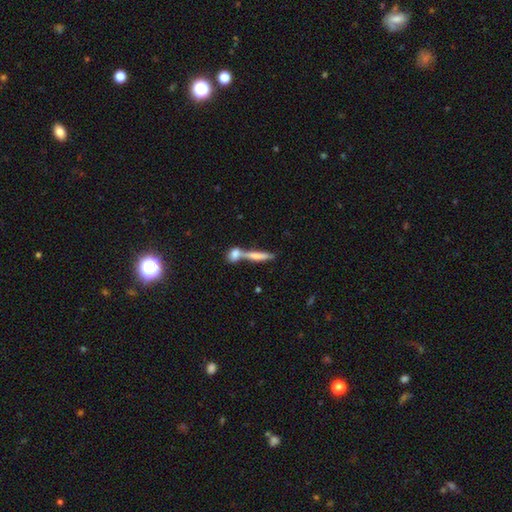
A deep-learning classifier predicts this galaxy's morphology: Smooth or featured?
  - smooth: 54% *
  - featured or disk: 36%
  - star or artifact: 10%
How rounded?
  - cigar-shaped: 79% *
  - in between: 16%
  - round: 5%
Merging?
  - merger: 45% *
  - none: 43%
  - minor disturbance: 8%
  - major disturbance: 4%